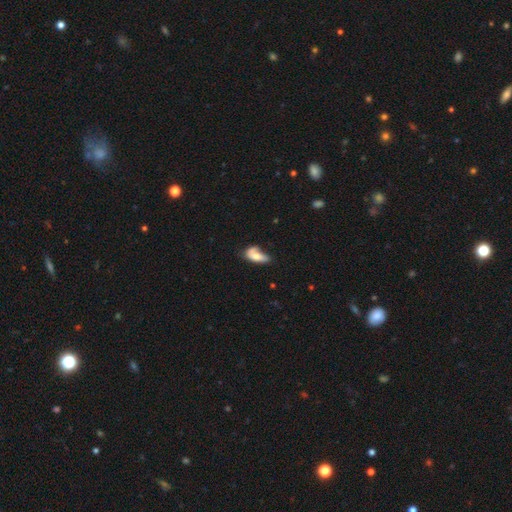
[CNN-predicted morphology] The model was most divided on "merging": none: 32%, minor disturbance: 27%, merger: 21%, major disturbance: 20%. More confident: how rounded — in between (80%); smooth or featured — smooth (62%).